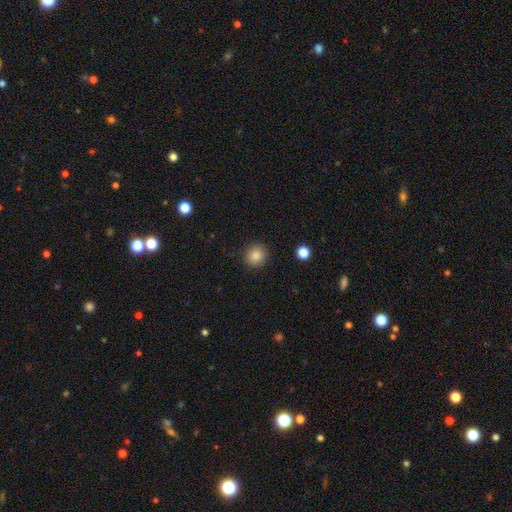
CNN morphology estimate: Q: Smooth or featured?
A: smooth (86%); runner-up: star or artifact (10%)
Q: How rounded?
A: round (90%); runner-up: in between (9%)
Q: Merging?
A: none (91%); runner-up: minor disturbance (6%)